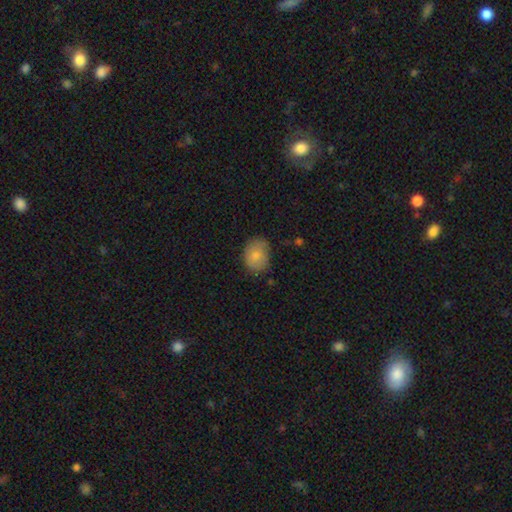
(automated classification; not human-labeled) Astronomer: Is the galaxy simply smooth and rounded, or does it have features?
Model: smooth — 79%.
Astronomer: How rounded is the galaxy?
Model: in between — 58% (runner-up: round, 41%).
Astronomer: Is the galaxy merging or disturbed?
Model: none — 65%.